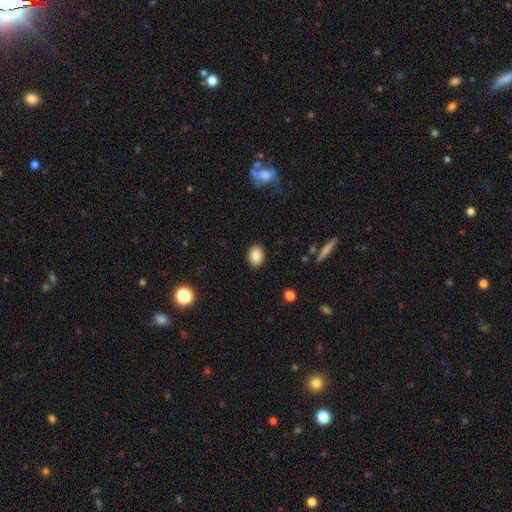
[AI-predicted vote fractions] Smooth or featured? smooth (84%)
How rounded? in between (71%)
Merging? none (90%)